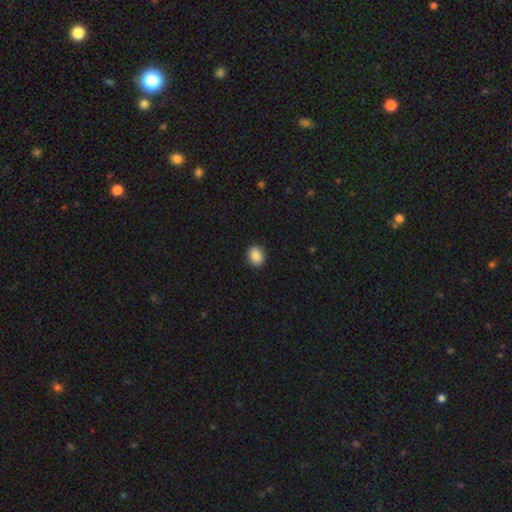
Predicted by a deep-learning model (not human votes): This is clearly a smooth galaxy (88%). How rounded: possibly in between (57%). Merging: clearly none (91%).